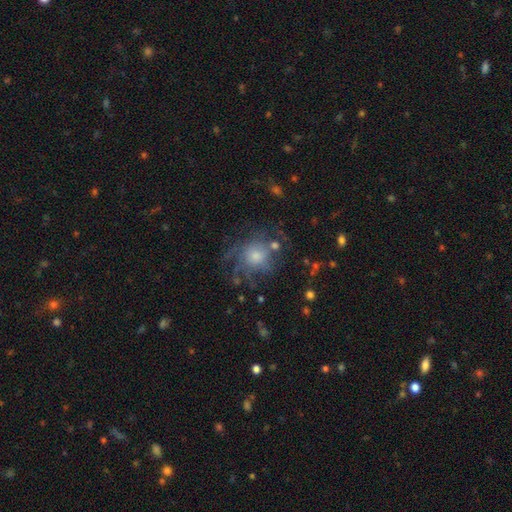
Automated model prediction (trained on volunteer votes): This is possibly a featured or disk galaxy (53%). It is clearly not viewed edge-on (96%). Bar: clearly no (82%). Spiral arm pattern: likely yes (75%). Central bulge: possibly moderate (47%). Merging: likely none (62%).